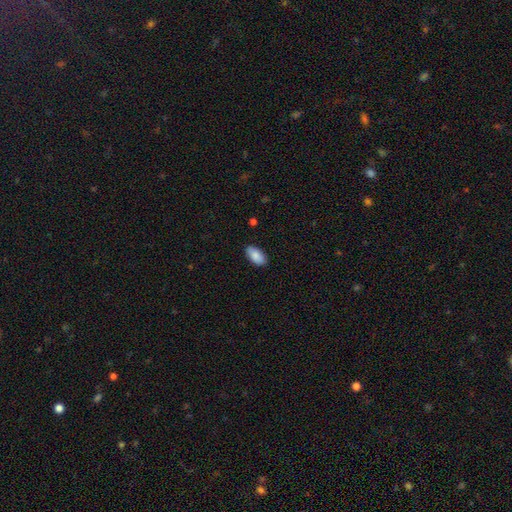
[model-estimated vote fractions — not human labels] Overall: smooth (88%). How rounded: in between (94%). Merging: none (87%).